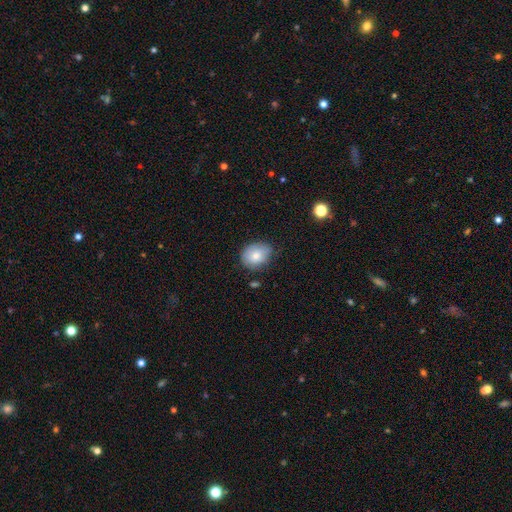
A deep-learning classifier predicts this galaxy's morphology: smooth 77%, featured or disk 15%, star or artifact 8%. Down the decision tree: how rounded — in between (51%); merging — none (65%).